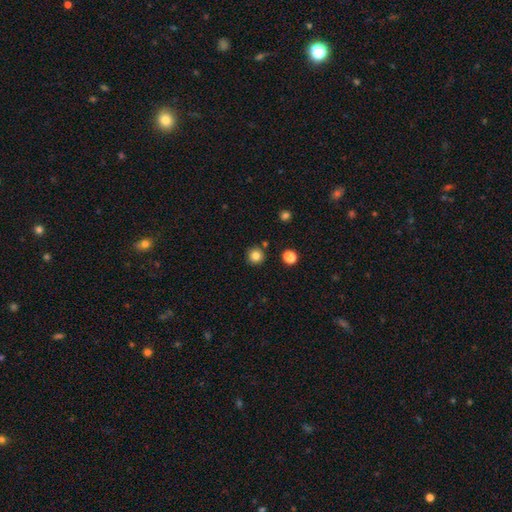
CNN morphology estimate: Q: Smooth or featured?
A: smooth (82%); runner-up: star or artifact (12%)
Q: How rounded?
A: round (95%); runner-up: in between (5%)
Q: Merging?
A: none (88%); runner-up: minor disturbance (6%)